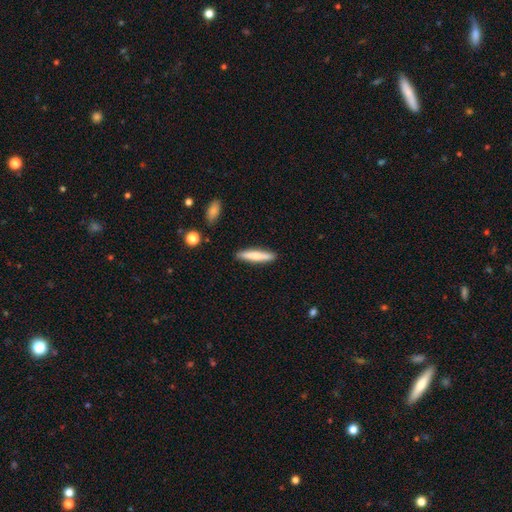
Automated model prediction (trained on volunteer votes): Smooth or featured?
  - smooth: 71% *
  - featured or disk: 23%
  - star or artifact: 6%
How rounded?
  - cigar-shaped: 89% *
  - in between: 10%
  - round: 1%
Merging?
  - none: 88% *
  - minor disturbance: 8%
  - major disturbance: 2%
  - merger: 2%